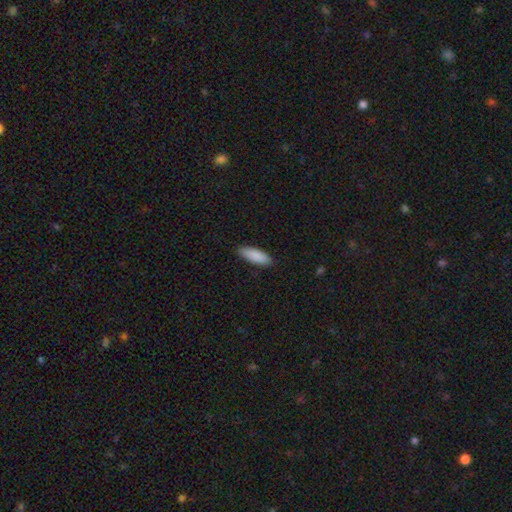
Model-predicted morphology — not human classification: smooth_or_featured: smooth (p=0.89) [alt: star or artifact p=0.06]
how_rounded: in between (p=0.61) [alt: cigar-shaped p=0.37]
merging: none (p=0.88) [alt: minor disturbance p=0.10]